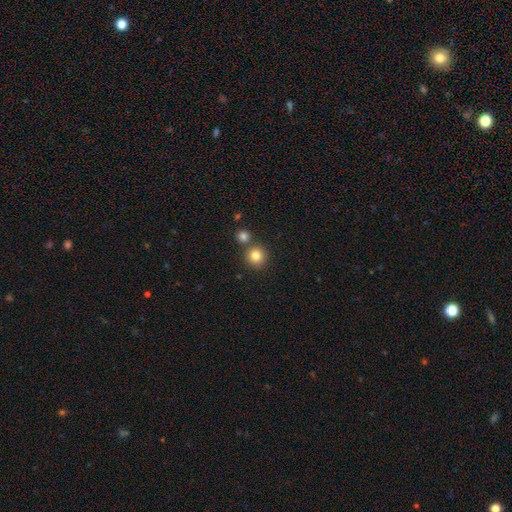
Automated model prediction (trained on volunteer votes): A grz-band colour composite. It shows a smooth galaxy with no disk features (82%) that is round (92%). Merging: none (74%).